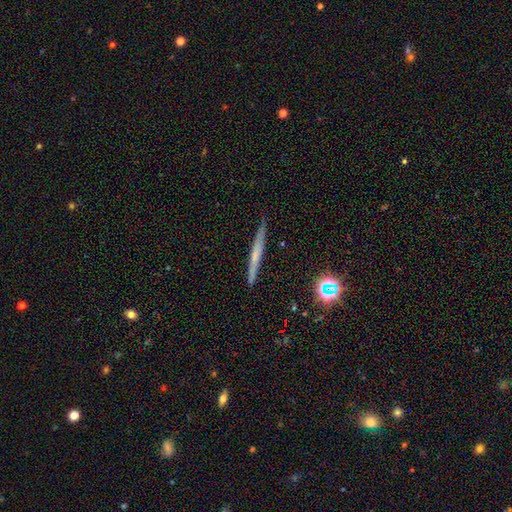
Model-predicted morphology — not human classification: Smooth or featured? Predicted: featured or disk (p=0.53). Edge-on disk? Predicted: yes (p=0.96). Edge-on bulge? Predicted: none (p=0.63). Merging? Predicted: none (p=0.88).